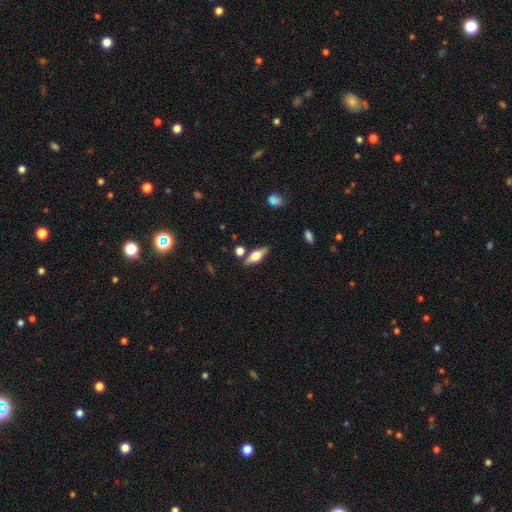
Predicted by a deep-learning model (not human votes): This is possibly a smooth galaxy (47%). Merging: clearly none (80%).